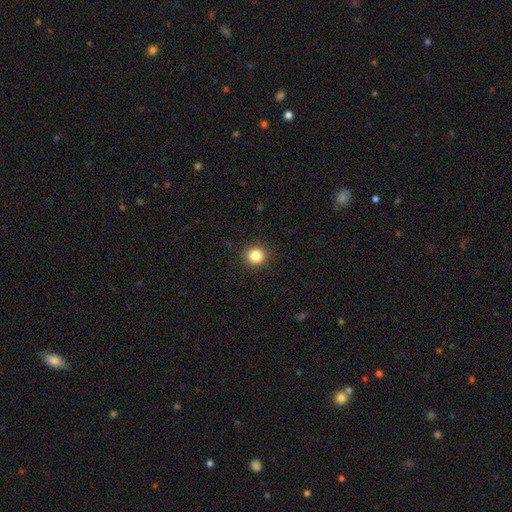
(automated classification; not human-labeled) Smooth or featured? Predicted: smooth (p=0.85). How rounded? Predicted: round (p=0.89). Merging? Predicted: none (p=0.91).